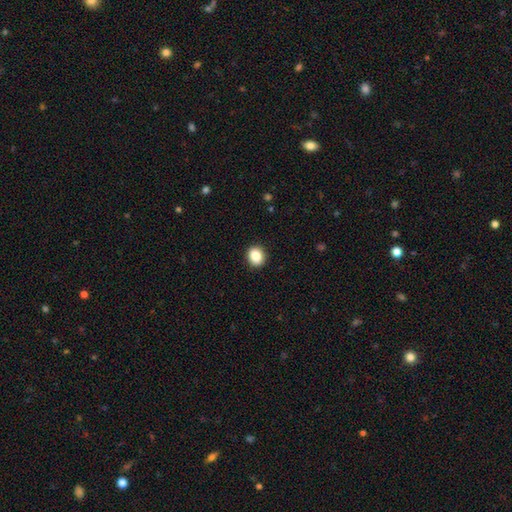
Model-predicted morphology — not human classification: The model was most divided on "how rounded": round: 68%, in between: 32%, cigar-shaped: 1%. More confident: merging — none (91%); smooth or featured — smooth (87%).